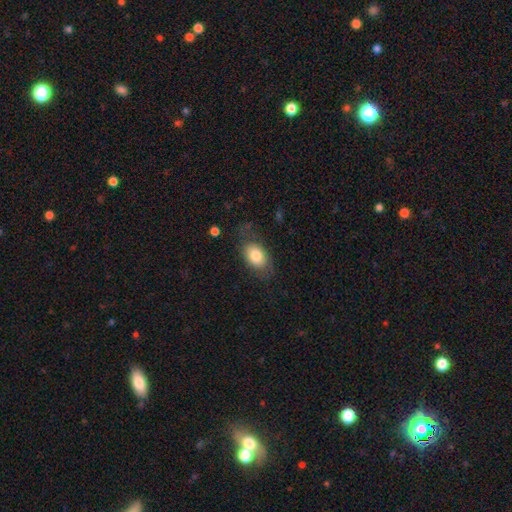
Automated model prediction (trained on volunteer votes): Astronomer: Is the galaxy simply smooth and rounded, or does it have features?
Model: smooth — 78%.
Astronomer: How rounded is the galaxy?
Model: in between — 87%.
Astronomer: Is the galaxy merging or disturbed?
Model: none — 66%.